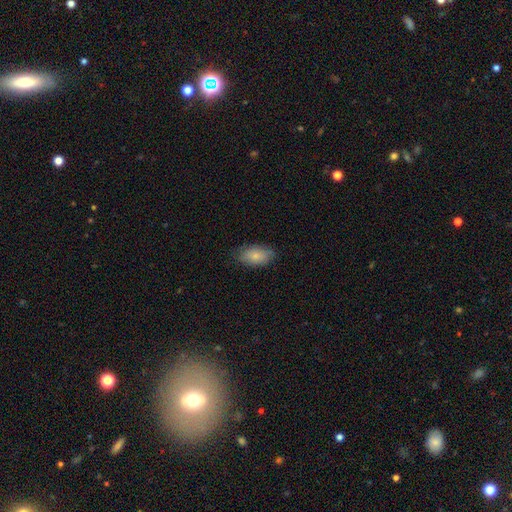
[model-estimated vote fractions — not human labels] Q: Smooth or featured?
A: smooth (79%); runner-up: featured or disk (15%)
Q: How rounded?
A: in between (92%); runner-up: round (5%)
Q: Merging?
A: none (77%); runner-up: minor disturbance (19%)